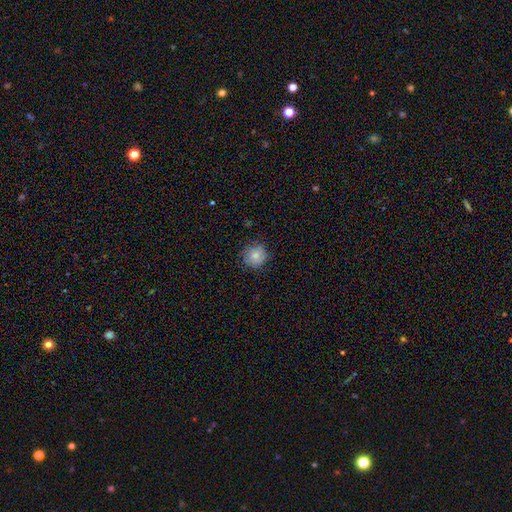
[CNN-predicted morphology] Smooth or featured?
  - smooth: 79% *
  - featured or disk: 12%
  - star or artifact: 9%
How rounded?
  - round: 92% *
  - in between: 7%
  - cigar-shaped: 1%
Merging?
  - none: 81% *
  - minor disturbance: 15%
  - major disturbance: 3%
  - merger: 1%